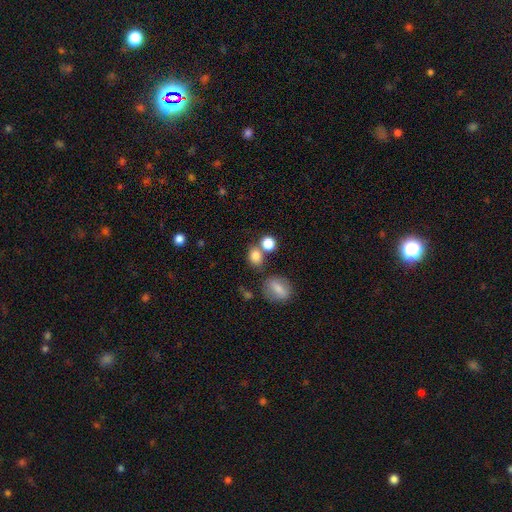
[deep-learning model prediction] A smooth galaxy with no disk features (80%) that is round (57%). Merging: none (56%).